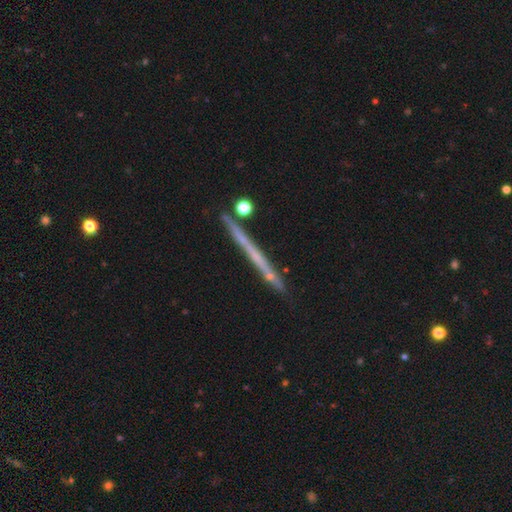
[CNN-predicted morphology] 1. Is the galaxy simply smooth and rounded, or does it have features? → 58% featured or disk, 34% smooth, 8% star or artifact.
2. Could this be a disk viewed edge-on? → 96% yes, 4% no.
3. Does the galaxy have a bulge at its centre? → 91% none, 6% rounded, 3% boxy.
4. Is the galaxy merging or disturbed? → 84% none, 10% minor disturbance, 4% merger, 2% major disturbance.